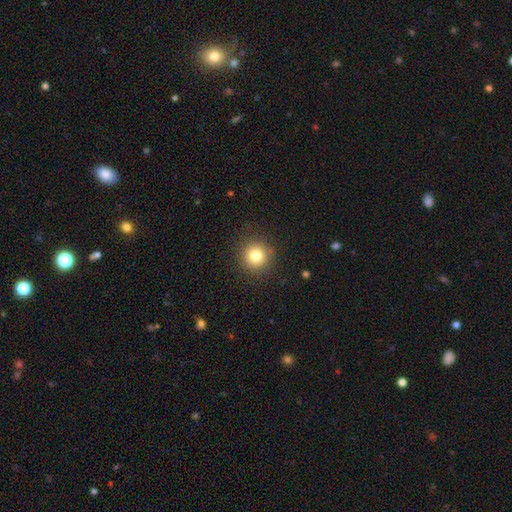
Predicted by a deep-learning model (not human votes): This appears to be a smooth galaxy with no disk features (80%) that is round (95%). Merging: none (90%).